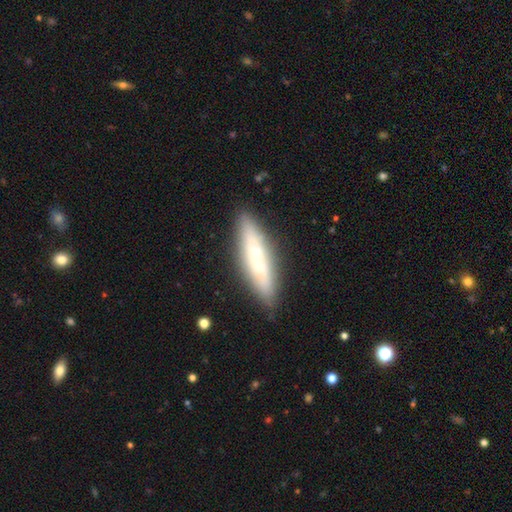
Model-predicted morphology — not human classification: Overall: smooth (57%; featured or disk 36%). How rounded: cigar-shaped (78%). Merging: none (85%).